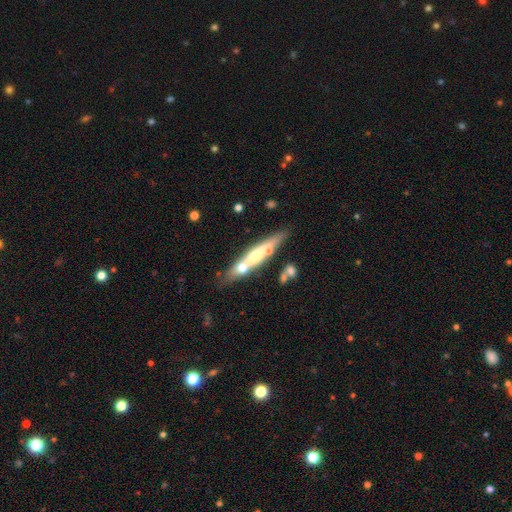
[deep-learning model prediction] Smooth or featured? Predicted: featured or disk (p=0.54). Edge-on disk? Predicted: yes (p=0.83). Merging? Predicted: none (p=0.64).